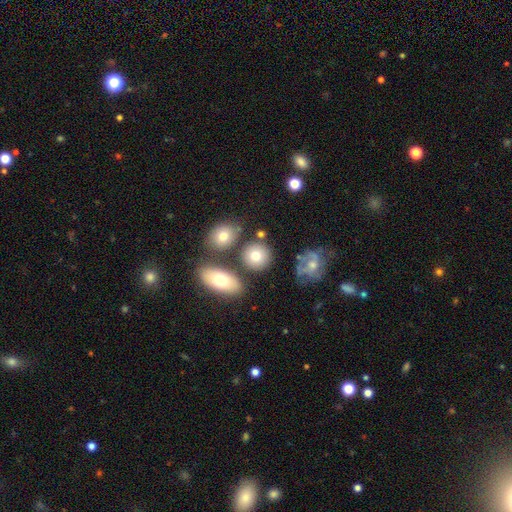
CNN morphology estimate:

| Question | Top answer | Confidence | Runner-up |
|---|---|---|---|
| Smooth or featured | smooth | 75% | featured or disk (15%) |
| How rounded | round | 82% | in between (17%) |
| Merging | none | 77% | minor disturbance (10%) |